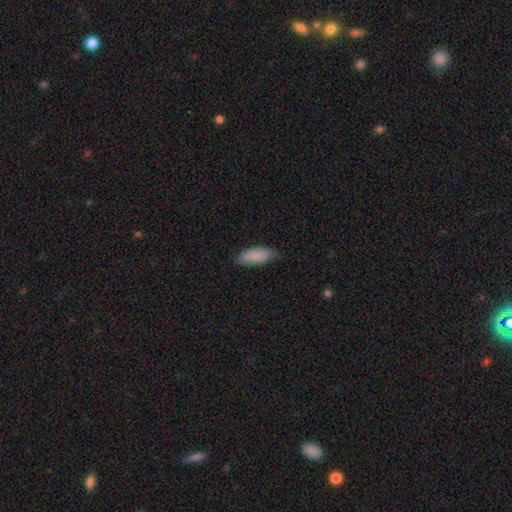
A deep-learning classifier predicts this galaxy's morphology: Overall: smooth (88%). How rounded: in between (79%). Merging: none (77%).